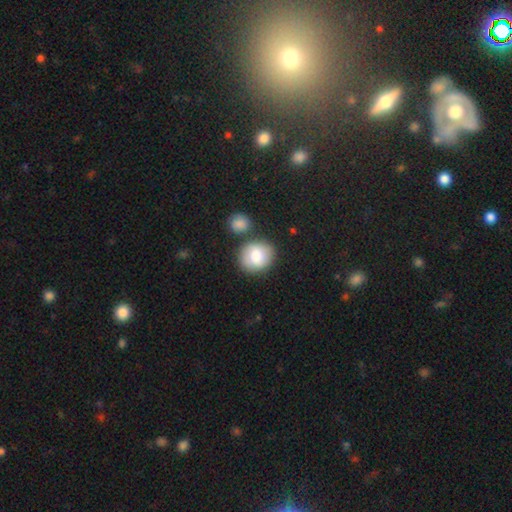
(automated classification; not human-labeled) Q: Smooth or featured?
A: smooth (78%); runner-up: featured or disk (15%)
Q: How rounded?
A: round (75%); runner-up: in between (24%)
Q: Merging?
A: none (70%); runner-up: merger (14%)